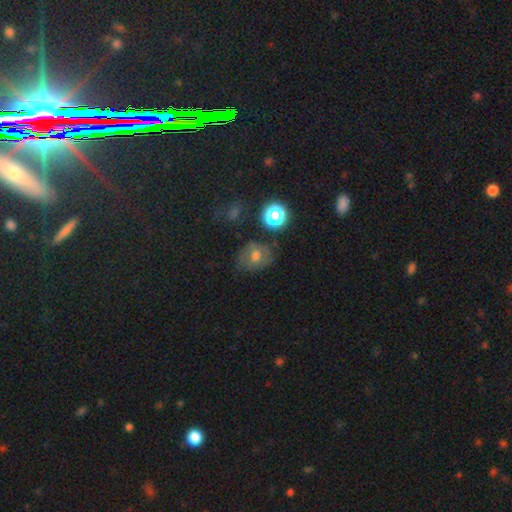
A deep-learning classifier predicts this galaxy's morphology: This is possibly a smooth galaxy (57%). How rounded: possibly round (58%). Merging: likely none (65%).